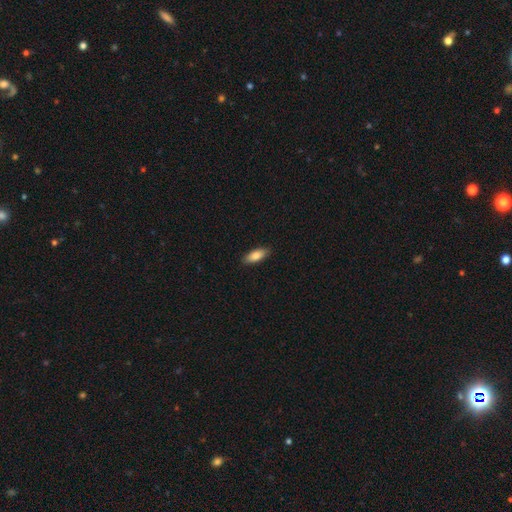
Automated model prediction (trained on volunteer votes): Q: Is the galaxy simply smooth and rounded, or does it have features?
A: smooth — 82%.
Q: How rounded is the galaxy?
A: in between — 77%.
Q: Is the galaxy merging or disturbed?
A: none — 88%.